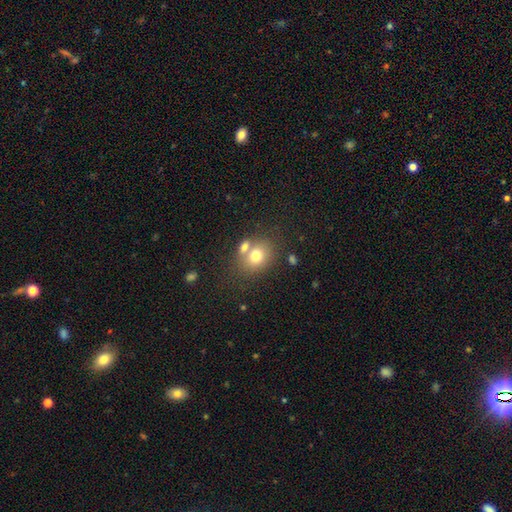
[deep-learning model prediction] smooth 74%, featured or disk 15%, star or artifact 11%. Down the decision tree: how rounded — round (54%); merging — none (54%).